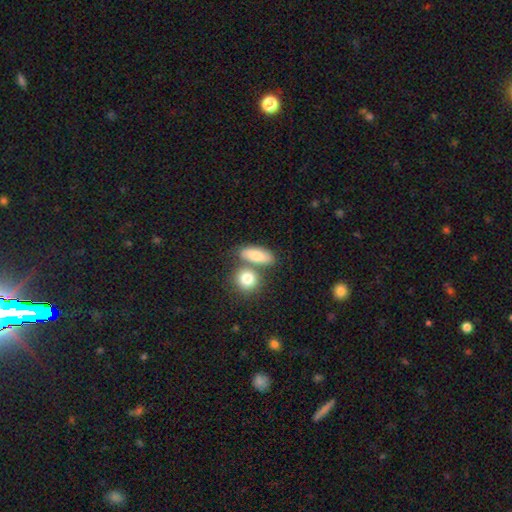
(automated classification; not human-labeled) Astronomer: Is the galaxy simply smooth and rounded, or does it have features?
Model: smooth — 79%.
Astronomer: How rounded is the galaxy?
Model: in between — 70%.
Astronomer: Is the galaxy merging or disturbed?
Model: none — 54% (runner-up: merger, 30%).